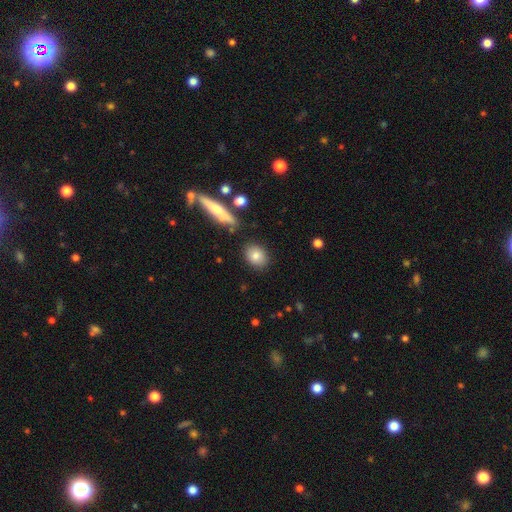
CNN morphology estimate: Overall: smooth (81%). How rounded: round (49%; in between 48%). Merging: none (83%).